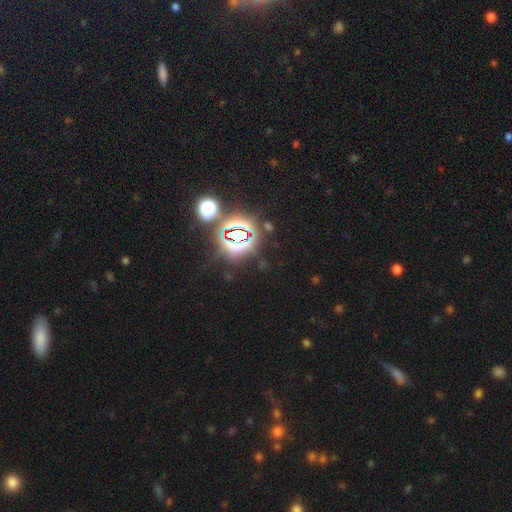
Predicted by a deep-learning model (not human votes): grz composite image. It shows a star or artifact, not a galaxy (81%).